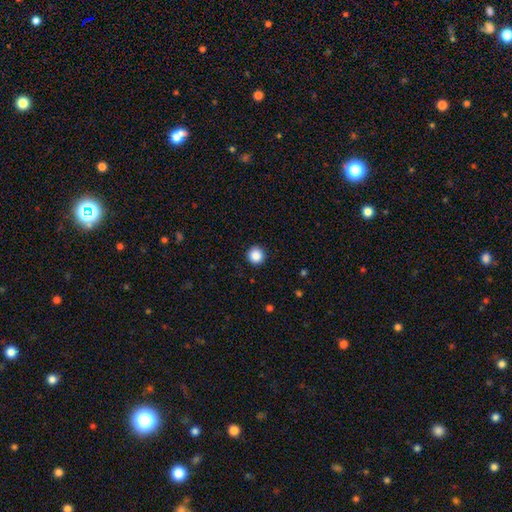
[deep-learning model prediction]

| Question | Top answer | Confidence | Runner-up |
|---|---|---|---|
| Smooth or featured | smooth | 87% | star or artifact (10%) |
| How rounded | round | 96% | in between (3%) |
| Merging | none | 93% | minor disturbance (5%) |